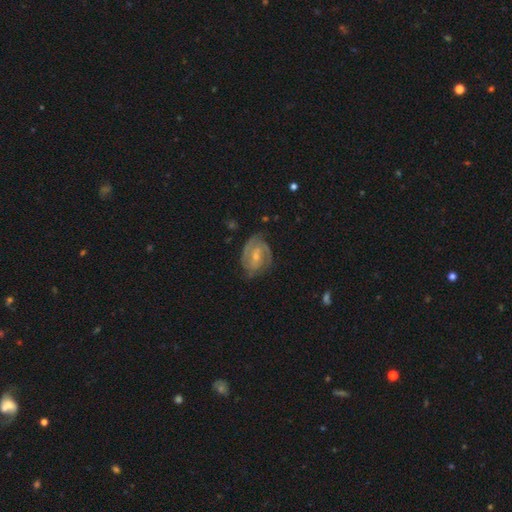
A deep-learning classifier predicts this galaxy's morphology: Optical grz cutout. It shows a featured or disk galaxy (84%) with a weak bar (47%), 2 (68%) tight (54%) spiral arms (94%) and a small central bulge (58%). Merging: none (71%).